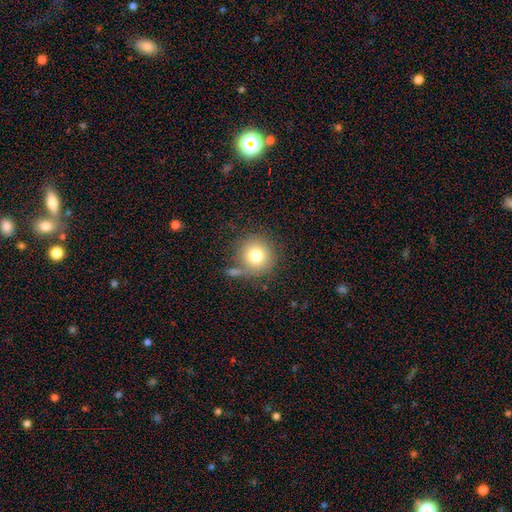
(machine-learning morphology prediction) Overall: smooth (77%). How rounded: round (94%). Merging: none (71%).